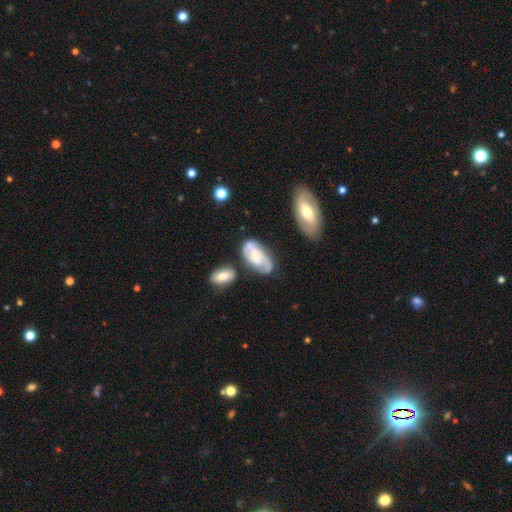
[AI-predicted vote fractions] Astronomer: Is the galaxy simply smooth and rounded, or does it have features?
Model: featured or disk — 71%.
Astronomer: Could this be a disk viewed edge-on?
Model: no — 95%.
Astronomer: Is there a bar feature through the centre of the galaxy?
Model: no — 48% (runner-up: weak, 41%).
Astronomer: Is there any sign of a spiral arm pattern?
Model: yes — 91%.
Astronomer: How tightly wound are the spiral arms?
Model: medium — 46% (runner-up: tight, 35%).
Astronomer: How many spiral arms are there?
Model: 2 — 73%.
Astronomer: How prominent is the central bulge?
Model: small — 47% (runner-up: moderate, 38%).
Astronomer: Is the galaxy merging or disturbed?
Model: none — 63%.